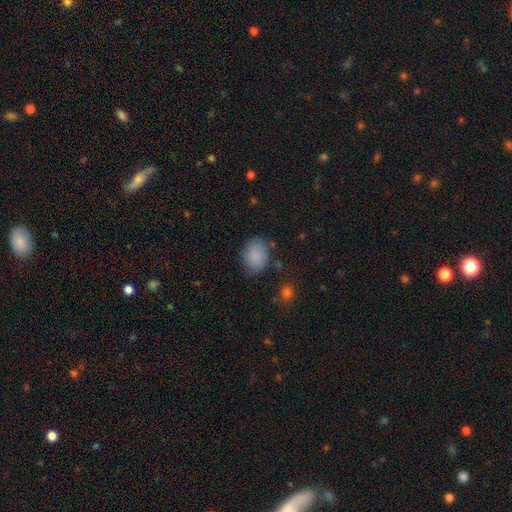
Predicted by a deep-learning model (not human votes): Q: Smooth or featured?
A: smooth (83%); runner-up: featured or disk (10%)
Q: How rounded?
A: in between (62%); runner-up: round (37%)
Q: Merging?
A: none (67%); runner-up: minor disturbance (24%)